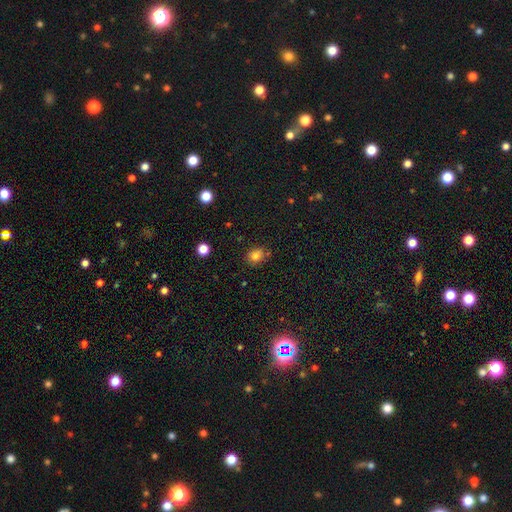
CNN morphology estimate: smooth-or-featured: smooth: 79% | star or artifact: 13% | featured or disk: 7%
  how-rounded: round: 61% | in between: 38% | cigar-shaped: 1%
  merging: none: 76% | minor disturbance: 15% | merger: 5% | major disturbance: 3%